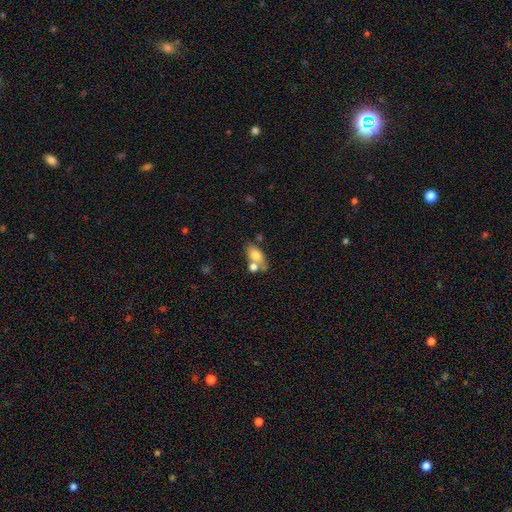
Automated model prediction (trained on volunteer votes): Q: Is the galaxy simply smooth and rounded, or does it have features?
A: smooth — 75%.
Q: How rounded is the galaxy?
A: in between — 86%.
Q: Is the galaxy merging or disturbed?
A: none — 45%.